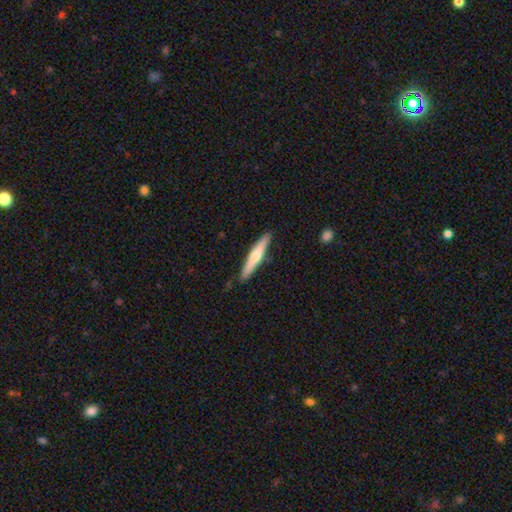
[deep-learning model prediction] Smooth or featured?
  - smooth: 50% *
  - featured or disk: 45%
  - star or artifact: 5%
How rounded?
  - cigar-shaped: 92% *
  - in between: 7%
  - round: 1%
Merging?
  - none: 88% *
  - minor disturbance: 9%
  - major disturbance: 2%
  - merger: 1%